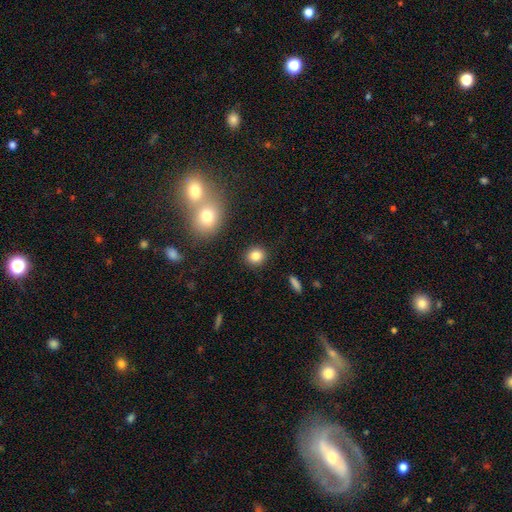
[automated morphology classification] This appears to be a smooth galaxy with no disk features (85%) that is round (80%). Merging: none (89%).